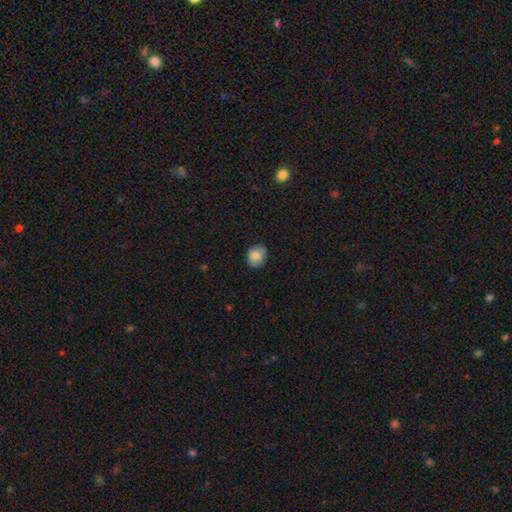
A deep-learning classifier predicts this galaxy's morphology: Q: Smooth or featured?
A: smooth (80%); runner-up: featured or disk (12%)
Q: How rounded?
A: round (64%); runner-up: in between (35%)
Q: Merging?
A: none (78%); runner-up: minor disturbance (18%)